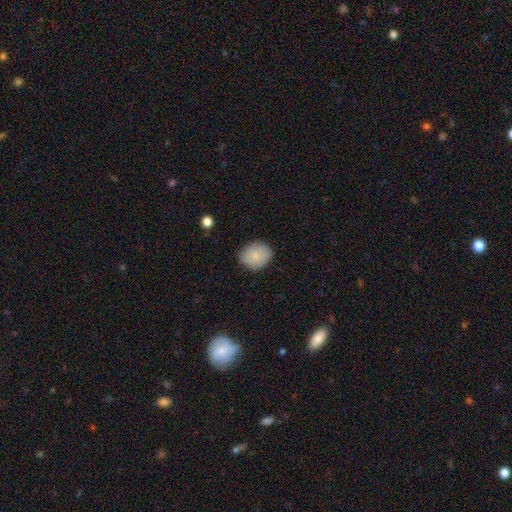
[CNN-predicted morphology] Q: Smooth or featured?
A: smooth (79%); runner-up: featured or disk (14%)
Q: How rounded?
A: round (61%); runner-up: in between (38%)
Q: Merging?
A: none (79%); runner-up: minor disturbance (17%)